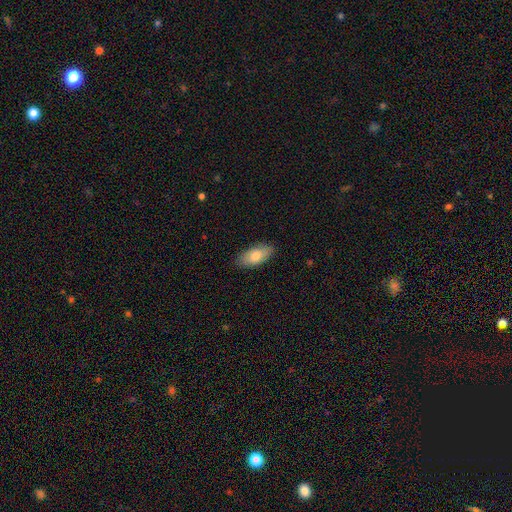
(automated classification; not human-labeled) Smooth or featured: smooth — 79% (featured or disk — 15%)
How rounded: in between — 90% (cigar-shaped — 7%)
Merging: none — 86% (minor disturbance — 11%)